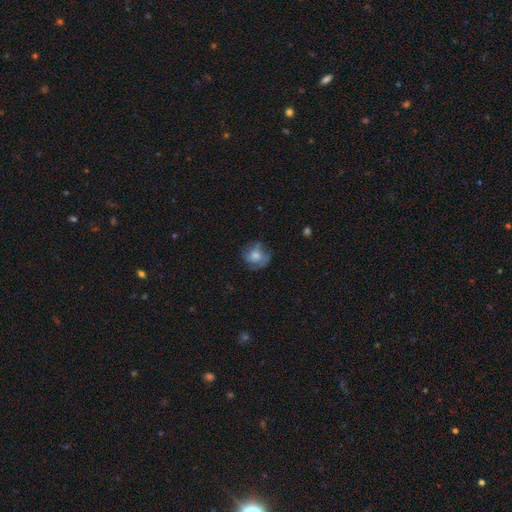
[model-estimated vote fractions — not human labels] Smooth or featured? Predicted: smooth (p=0.64). How rounded? Predicted: round (p=0.75). Merging? Predicted: none (p=0.61).